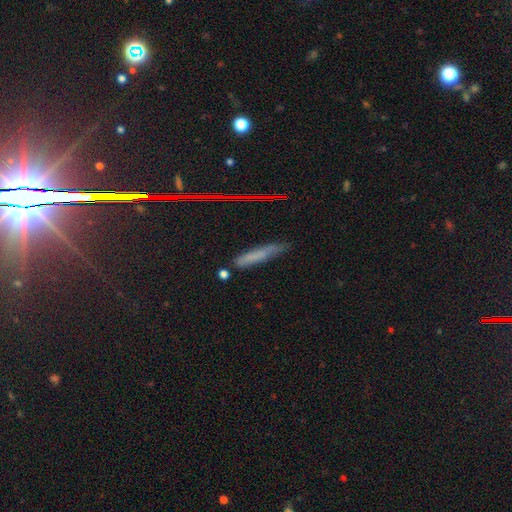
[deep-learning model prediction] Overall: smooth (63%). How rounded: cigar-shaped (87%). Merging: none (67%).